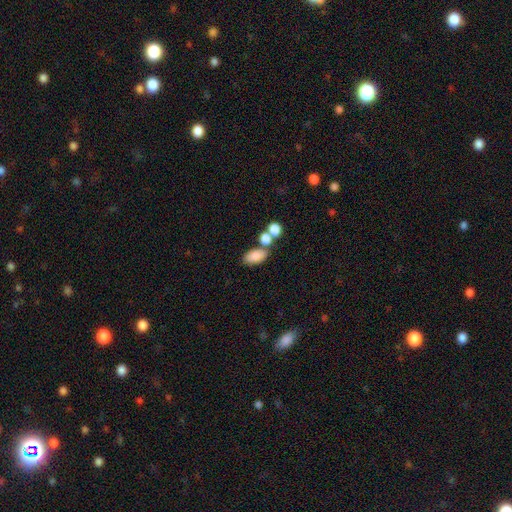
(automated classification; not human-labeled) Overall: smooth (82%). How rounded: in between (91%). Merging: none (54%; merger 29%).